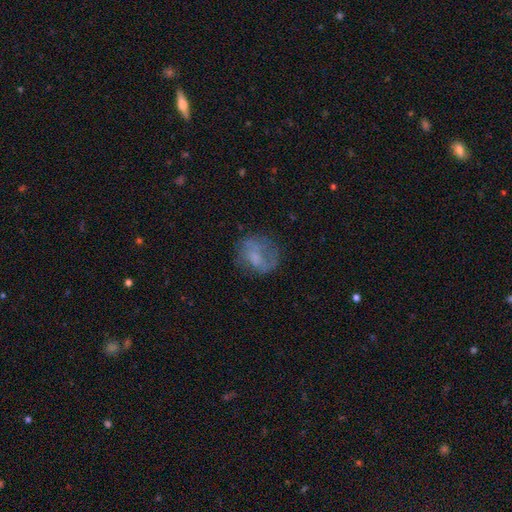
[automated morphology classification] Smooth or featured: smooth — 49% (featured or disk — 40%)
Merging: none — 55% (minor disturbance — 23%)